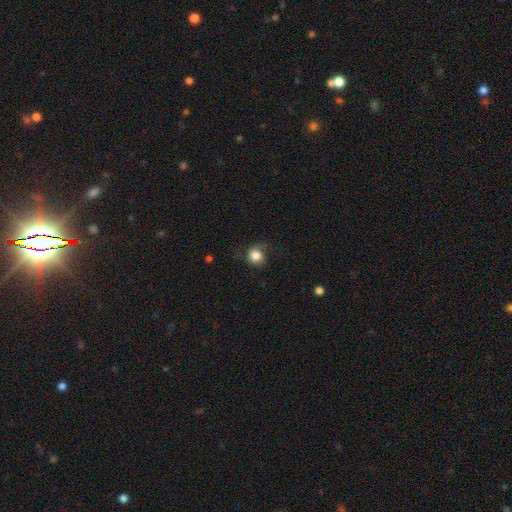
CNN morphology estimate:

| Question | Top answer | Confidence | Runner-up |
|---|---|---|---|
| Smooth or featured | smooth | 79% | featured or disk (12%) |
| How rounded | round | 81% | in between (19%) |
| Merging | none | 58% | minor disturbance (25%) |